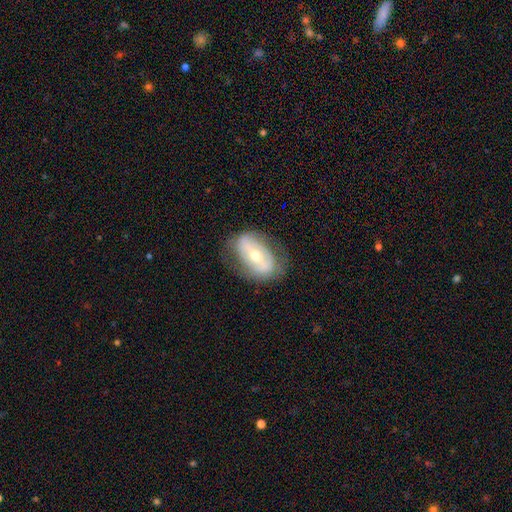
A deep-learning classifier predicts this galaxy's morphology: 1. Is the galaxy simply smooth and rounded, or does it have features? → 60% featured or disk, 33% smooth, 7% star or artifact.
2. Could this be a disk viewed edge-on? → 89% no, 11% yes.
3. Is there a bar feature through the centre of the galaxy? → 38% strong, 33% no, 28% weak.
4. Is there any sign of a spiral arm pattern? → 52% no, 48% yes.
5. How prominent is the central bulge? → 58% moderate, 37% small, 3% large, 1% dominant, 1% none.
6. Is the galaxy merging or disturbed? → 69% none, 20% minor disturbance, 10% major disturbance, 1% merger.